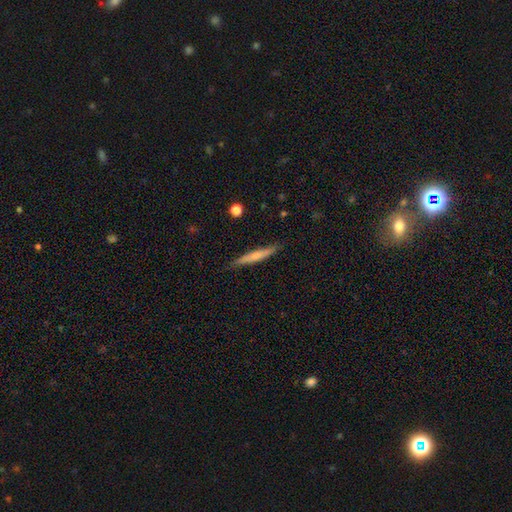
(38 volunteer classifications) A smooth galaxy with no disk features (53%) that is cigar-shaped (90%). Merging: none (78%).